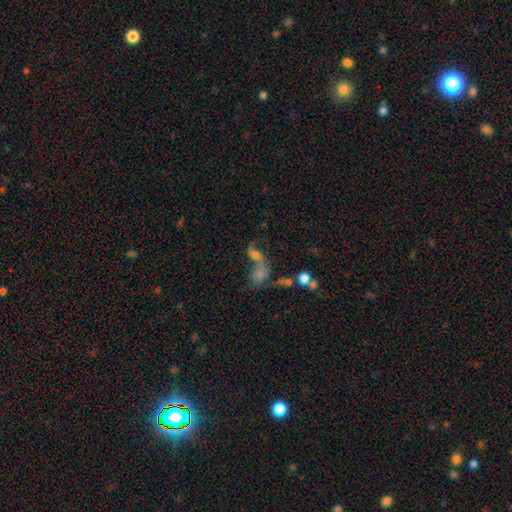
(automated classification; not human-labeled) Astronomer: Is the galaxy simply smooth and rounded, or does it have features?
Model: featured or disk — 44% (runner-up: smooth, 38%).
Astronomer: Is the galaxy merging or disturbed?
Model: merger — 64%.